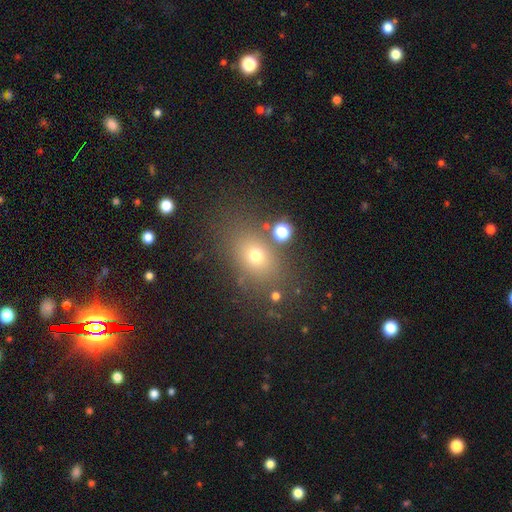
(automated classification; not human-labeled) smooth 67%, star or artifact 19%, featured or disk 14%. Down the decision tree: how rounded — in between (63%); merging — none (76%).